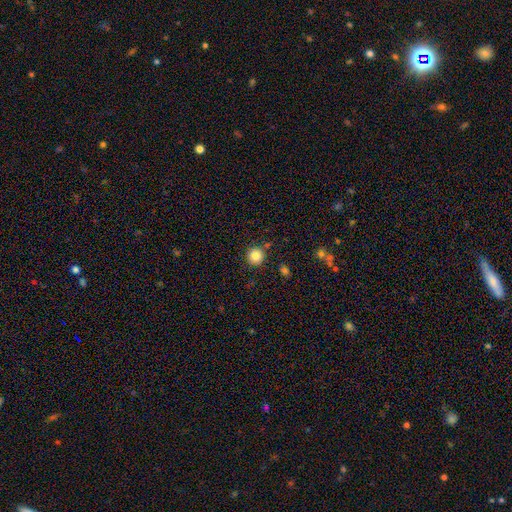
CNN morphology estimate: A smooth galaxy with no disk features (84%) that is round (94%). Merging: none (87%).